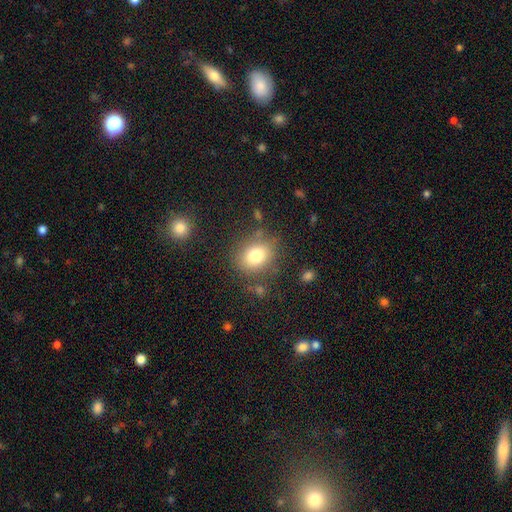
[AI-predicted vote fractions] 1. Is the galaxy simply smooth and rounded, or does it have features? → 79% smooth, 11% star or artifact, 10% featured or disk.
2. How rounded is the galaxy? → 59% round, 40% in between, 1% cigar-shaped.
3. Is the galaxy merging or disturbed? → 78% none, 13% minor disturbance, 5% major disturbance, 4% merger.